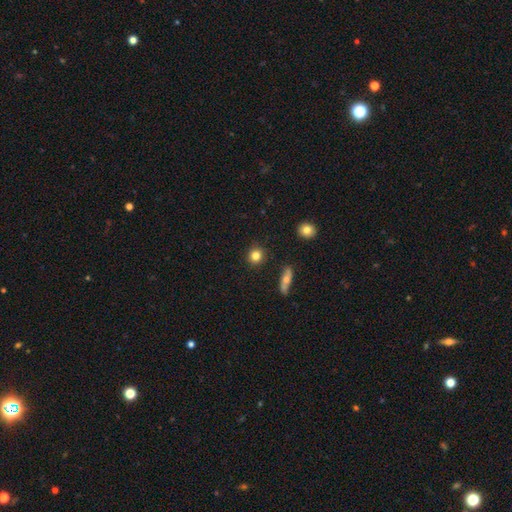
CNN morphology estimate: Q: Smooth or featured?
A: smooth (83%); runner-up: star or artifact (10%)
Q: How rounded?
A: round (91%); runner-up: in between (8%)
Q: Merging?
A: none (90%); runner-up: minor disturbance (7%)